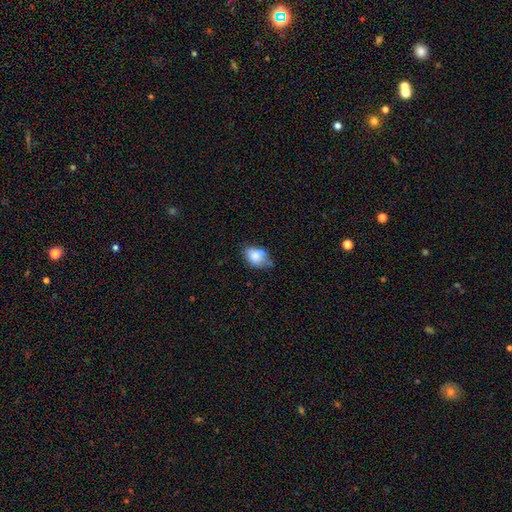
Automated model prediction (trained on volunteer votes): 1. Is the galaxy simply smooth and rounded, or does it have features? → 76% smooth, 15% featured or disk, 9% star or artifact.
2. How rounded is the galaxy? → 73% in between, 26% round, 1% cigar-shaped.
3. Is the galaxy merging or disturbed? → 48% none, 34% minor disturbance, 10% merger, 8% major disturbance.